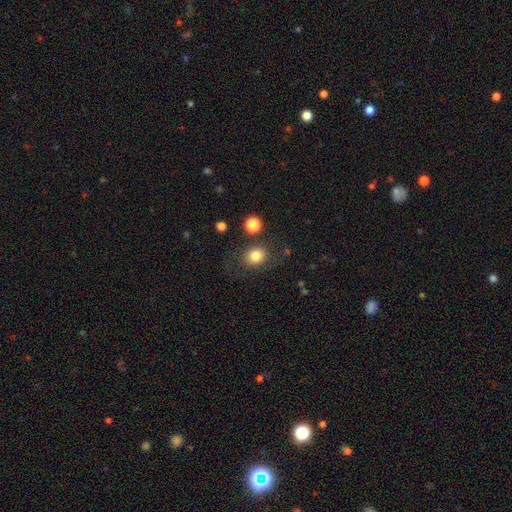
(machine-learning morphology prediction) Overall: smooth (81%). How rounded: round (62%; in between 37%). Merging: none (75%).